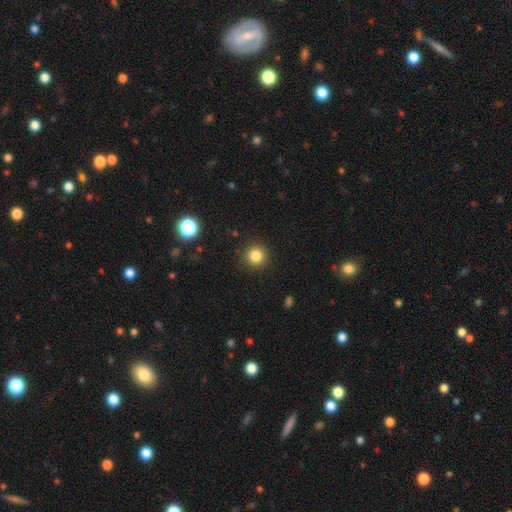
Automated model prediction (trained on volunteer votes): smooth-or-featured: smooth: 83% | star or artifact: 12% | featured or disk: 5%
  how-rounded: round: 94% | in between: 5% | cigar-shaped: 1%
  merging: none: 89% | minor disturbance: 7% | major disturbance: 2% | merger: 1%